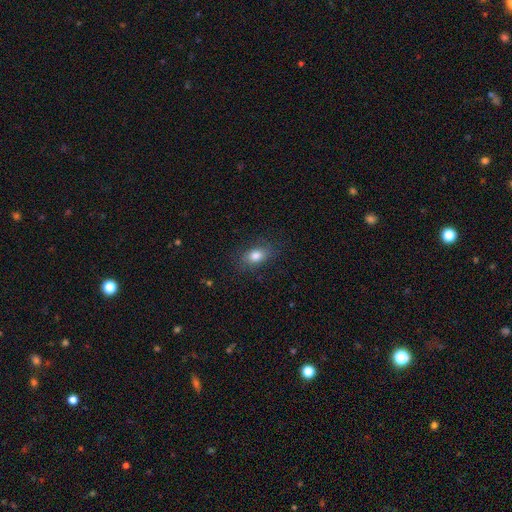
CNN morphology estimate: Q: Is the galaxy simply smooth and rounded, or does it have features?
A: smooth — 81%.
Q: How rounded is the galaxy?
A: in between — 80%.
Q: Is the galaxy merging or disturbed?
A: none — 81%.